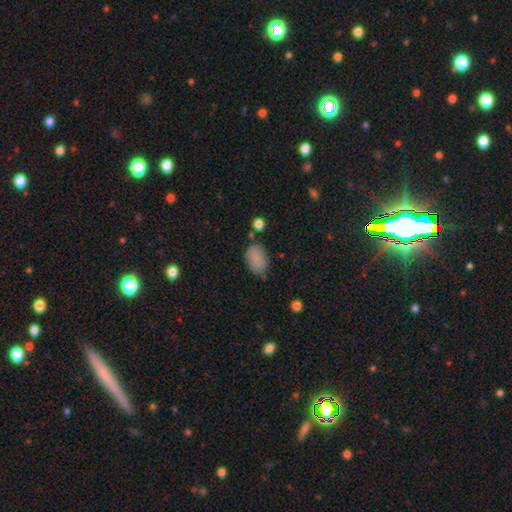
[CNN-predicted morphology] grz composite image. It shows a smooth galaxy with no disk features (84%) that is in between round and cigar-shaped (85%). Merging: none (70%).